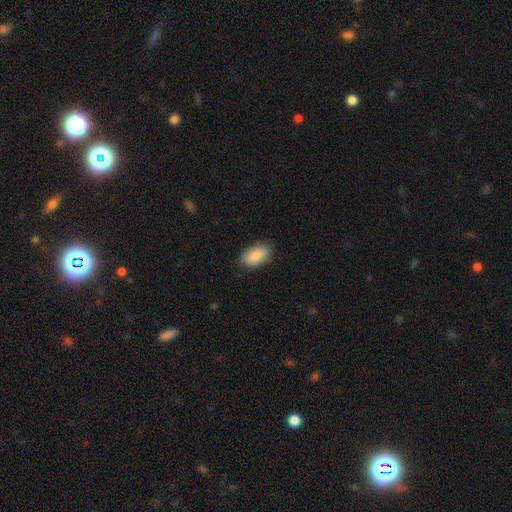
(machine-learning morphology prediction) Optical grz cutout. It shows a smooth galaxy with no disk features (84%) that is in between round and cigar-shaped (92%). Merging: none (82%).